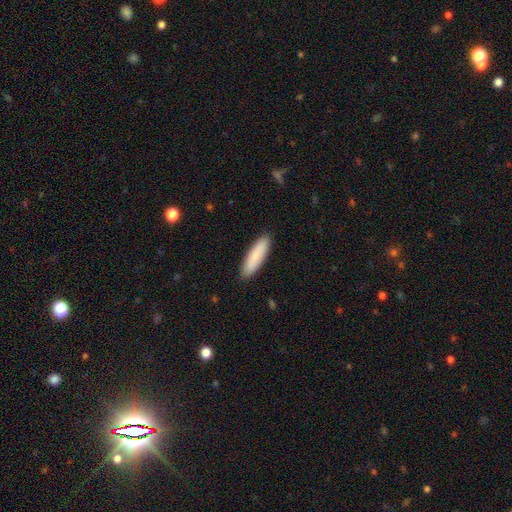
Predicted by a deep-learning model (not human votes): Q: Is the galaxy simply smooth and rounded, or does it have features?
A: smooth — 83%.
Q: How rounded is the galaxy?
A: cigar-shaped — 65%.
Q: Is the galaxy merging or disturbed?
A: none — 90%.